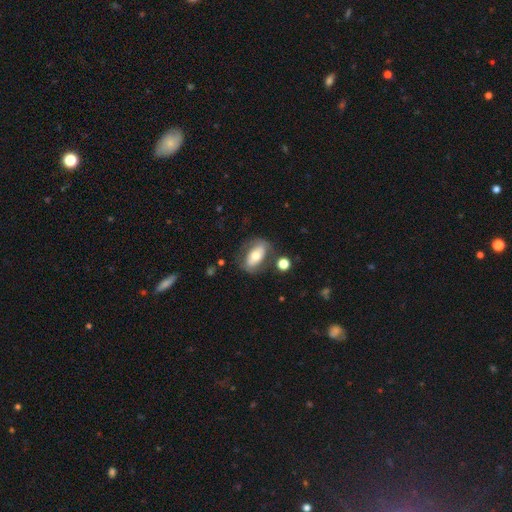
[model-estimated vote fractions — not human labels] A smooth galaxy with no disk features (53%) that is in between round and cigar-shaped (88%). Merging: none (65%).